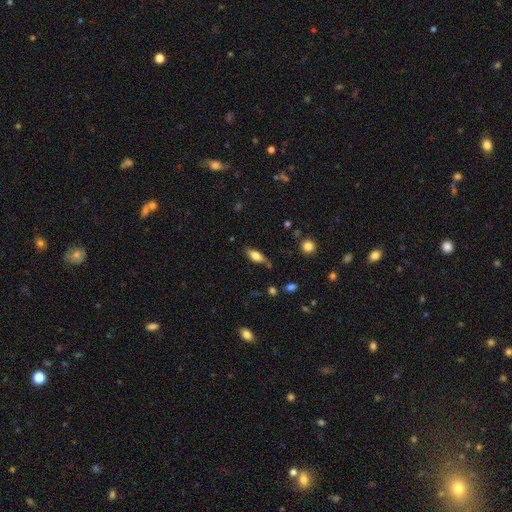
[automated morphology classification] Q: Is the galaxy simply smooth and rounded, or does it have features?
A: smooth — 72%.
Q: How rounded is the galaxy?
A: in between — 78%.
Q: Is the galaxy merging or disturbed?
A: none — 73%.